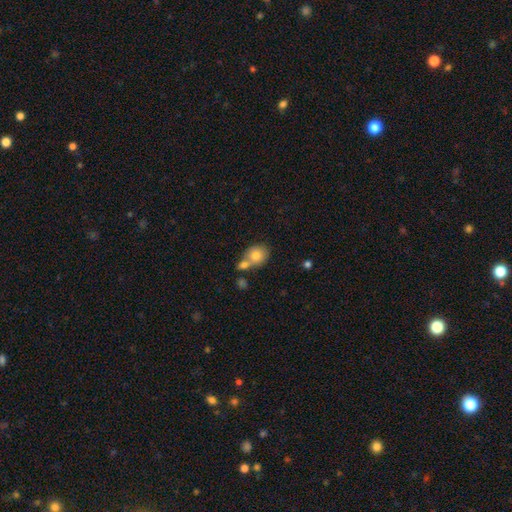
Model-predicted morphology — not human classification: Smooth or featured? smooth (78%)
How rounded? round (67%)
Merging? merger (43%)